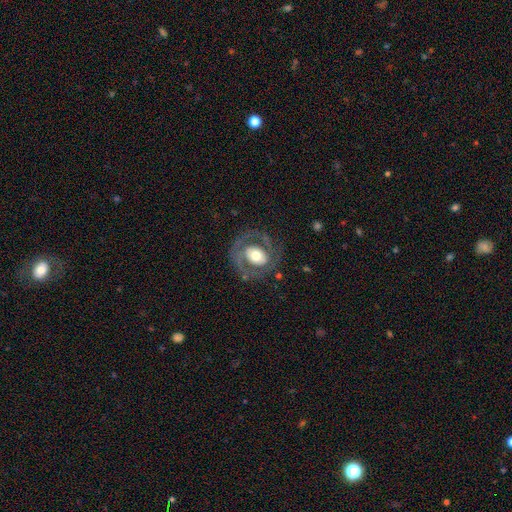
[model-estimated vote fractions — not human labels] Smooth or featured? featured or disk (65%)
Edge-on disk? no (96%)
Bar? no (68%)
Spiral arms? yes (53%)
Bulge size? moderate (57%)
Merging? none (68%)